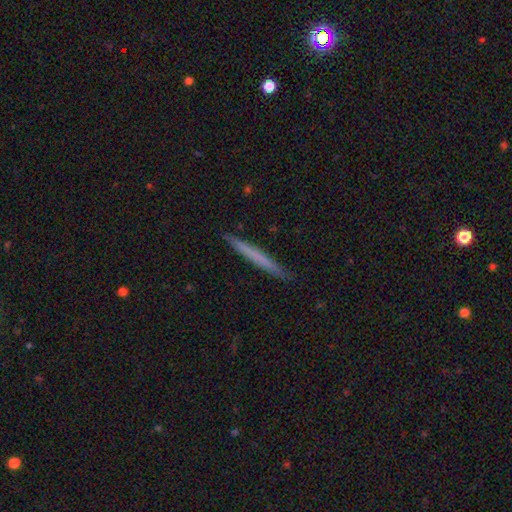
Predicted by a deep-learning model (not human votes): Smooth or featured: smooth — 59% (featured or disk — 35%)
How rounded: cigar-shaped — 97% (in between — 2%)
Merging: none — 92% (minor disturbance — 6%)